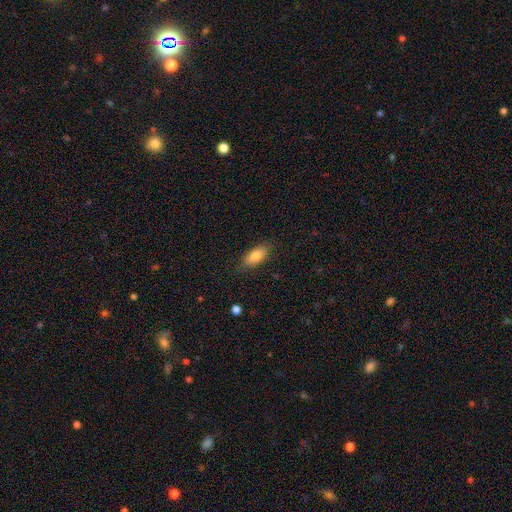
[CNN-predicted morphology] Smooth or featured? smooth (79%)
How rounded? in between (79%)
Merging? none (82%)